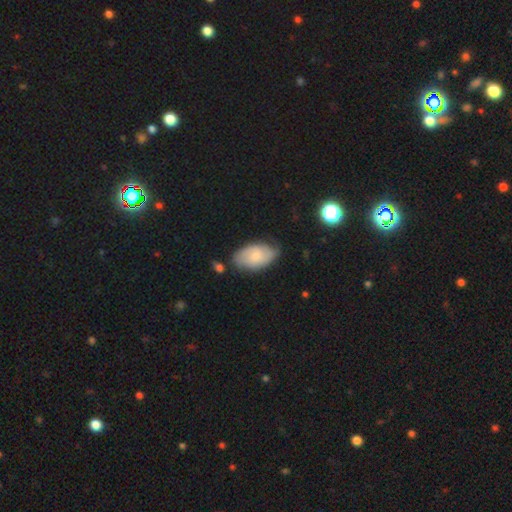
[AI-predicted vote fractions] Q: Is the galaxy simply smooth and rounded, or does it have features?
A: smooth — 54%.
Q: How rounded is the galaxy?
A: in between — 93%.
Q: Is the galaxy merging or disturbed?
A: none — 64%.